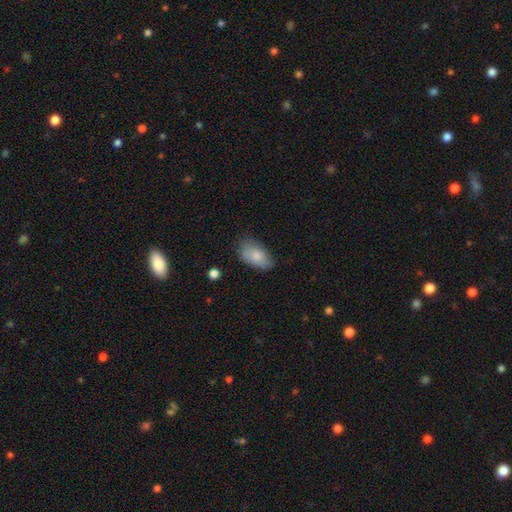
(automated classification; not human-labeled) Q: Smooth or featured?
A: smooth (79%); runner-up: featured or disk (14%)
Q: How rounded?
A: in between (92%); runner-up: round (6%)
Q: Merging?
A: none (61%); runner-up: minor disturbance (29%)